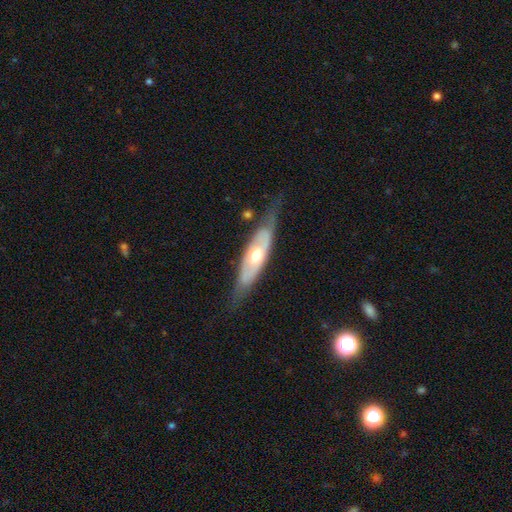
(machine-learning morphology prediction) Overall: featured or disk (57%; smooth 38%). Edge-on disk: no (55%; yes 45%). Merging: none (65%).